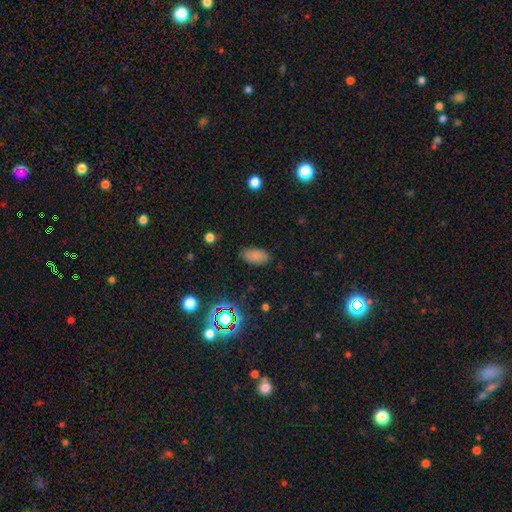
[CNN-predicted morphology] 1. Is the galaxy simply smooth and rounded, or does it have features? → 80% smooth, 13% star or artifact, 6% featured or disk.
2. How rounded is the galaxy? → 92% in between, 4% cigar-shaped, 4% round.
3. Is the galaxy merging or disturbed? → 82% none, 13% minor disturbance, 3% major disturbance, 1% merger.